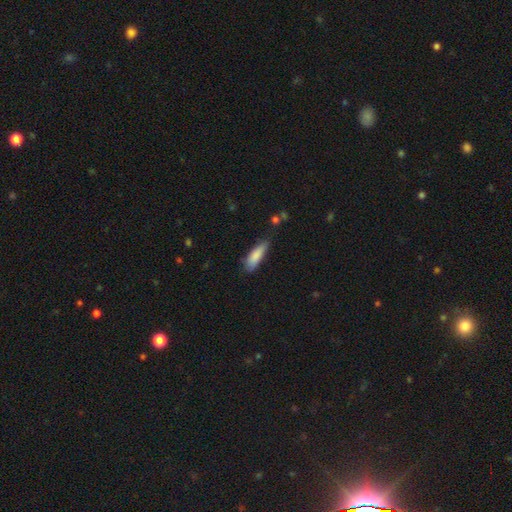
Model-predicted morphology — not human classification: smooth-or-featured: smooth: 84% | featured or disk: 9% | star or artifact: 6%
  how-rounded: cigar-shaped: 50% | in between: 49% | round: 2%
  merging: none: 62% | minor disturbance: 30% | major disturbance: 6% | merger: 2%